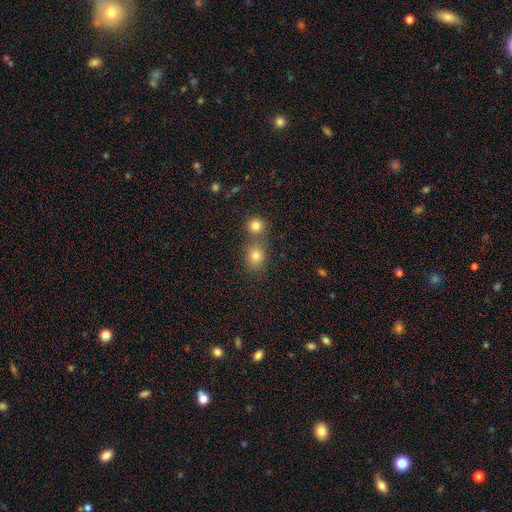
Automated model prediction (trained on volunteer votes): A smooth galaxy with no disk features (79%) that is round (59%).

Vote fractions:
- Smooth or featured? smooth: 79% / star or artifact: 13% / featured or disk: 8%
- How rounded? round: 59% / in between: 40% / cigar-shaped: 1%
- Merging? none: 54% / merger: 34% / minor disturbance: 9% / major disturbance: 3%